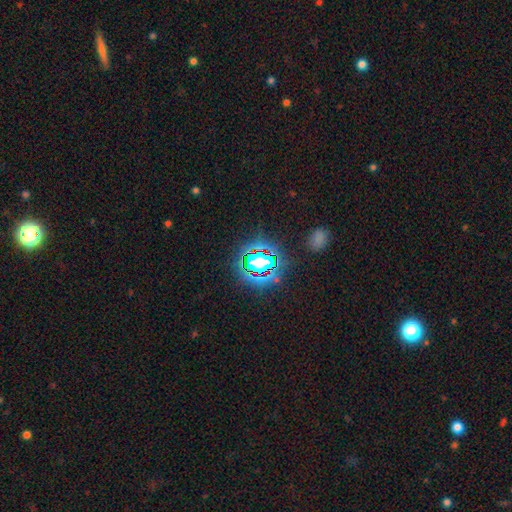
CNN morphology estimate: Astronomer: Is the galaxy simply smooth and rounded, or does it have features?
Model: star or artifact — 79%.